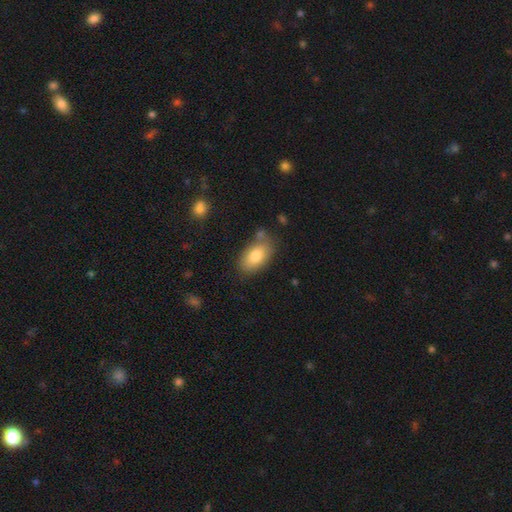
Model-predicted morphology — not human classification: Overall: smooth (81%). How rounded: in between (93%). Merging: none (70%).